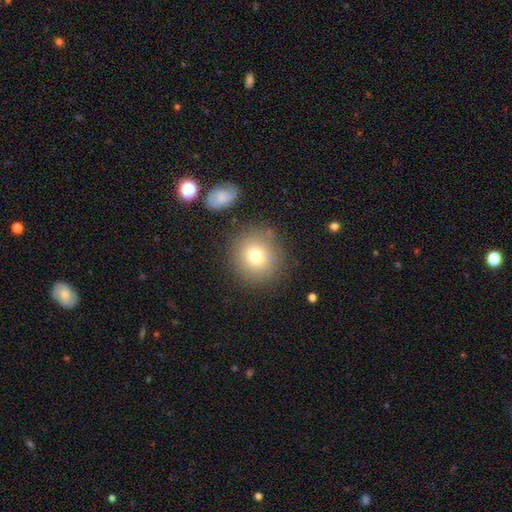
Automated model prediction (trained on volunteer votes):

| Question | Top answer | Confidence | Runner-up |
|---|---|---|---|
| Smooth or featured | smooth | 75% | star or artifact (13%) |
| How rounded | round | 91% | in between (8%) |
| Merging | none | 84% | minor disturbance (9%) |